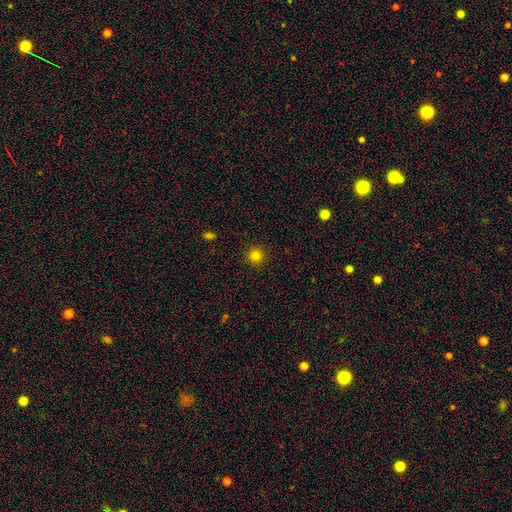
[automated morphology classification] Q: Smooth or featured?
A: smooth (81%); runner-up: star or artifact (14%)
Q: How rounded?
A: round (95%); runner-up: in between (4%)
Q: Merging?
A: none (92%); runner-up: minor disturbance (5%)